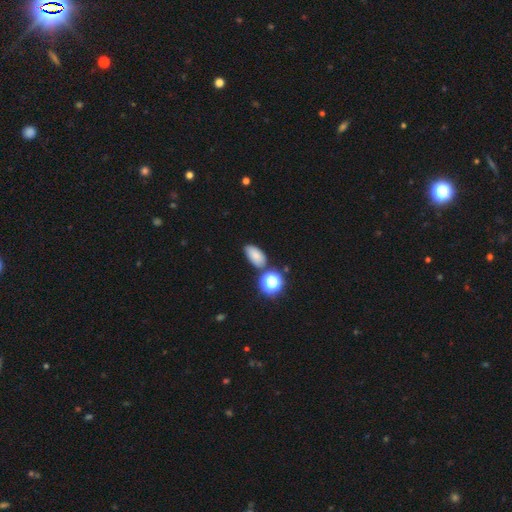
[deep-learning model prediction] This is likely a smooth galaxy (76%). How rounded: clearly in between (89%). Merging: likely none (74%).